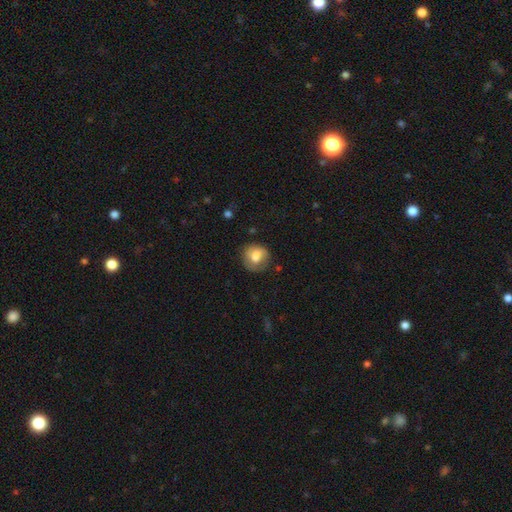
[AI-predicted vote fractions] A smooth galaxy with no disk features (71%) that is round (79%). Merging: none (66%).